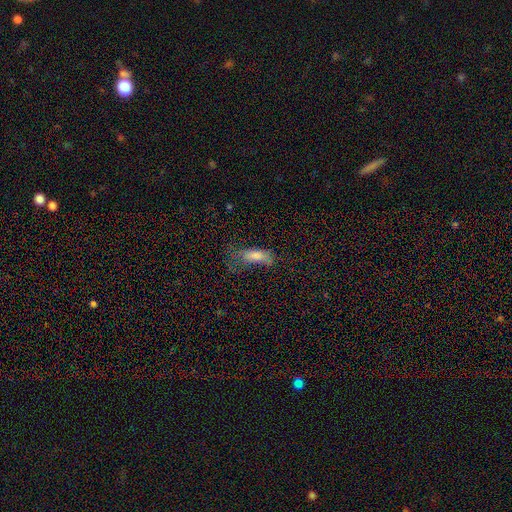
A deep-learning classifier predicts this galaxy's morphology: A smooth galaxy with no disk features (70%) that is in between round and cigar-shaped (65%). Merging: none (38%).